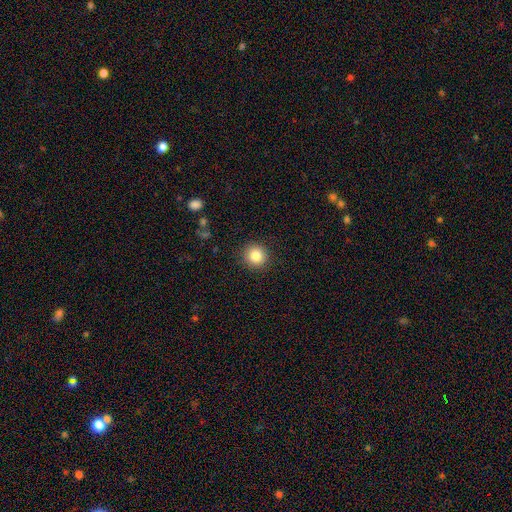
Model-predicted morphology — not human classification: This is clearly a smooth galaxy (83%). How rounded: clearly round (92%). Merging: clearly none (91%).